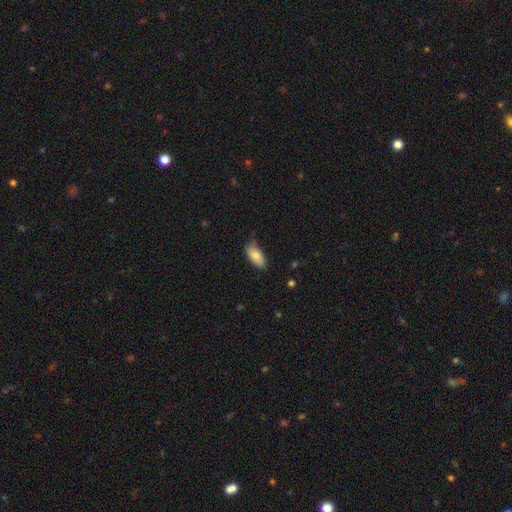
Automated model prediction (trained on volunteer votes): Smooth or featured?
  - smooth: 83% *
  - featured or disk: 11%
  - star or artifact: 7%
How rounded?
  - in between: 90% *
  - cigar-shaped: 7%
  - round: 2%
Merging?
  - none: 68% *
  - minor disturbance: 26%
  - major disturbance: 4%
  - merger: 1%